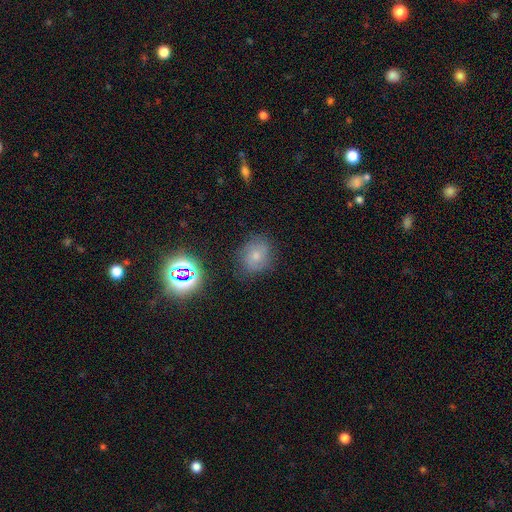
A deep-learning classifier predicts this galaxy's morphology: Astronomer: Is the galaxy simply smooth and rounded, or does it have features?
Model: smooth — 56%.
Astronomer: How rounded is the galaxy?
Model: round — 70%.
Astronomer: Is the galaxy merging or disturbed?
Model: none — 76%.